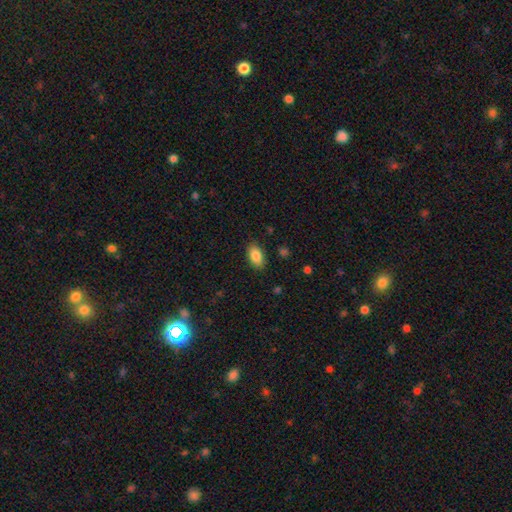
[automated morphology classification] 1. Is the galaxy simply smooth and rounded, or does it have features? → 86% smooth, 8% star or artifact, 7% featured or disk.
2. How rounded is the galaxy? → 92% in between, 6% round, 2% cigar-shaped.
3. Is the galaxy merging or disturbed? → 86% none, 10% minor disturbance, 3% major disturbance, 1% merger.